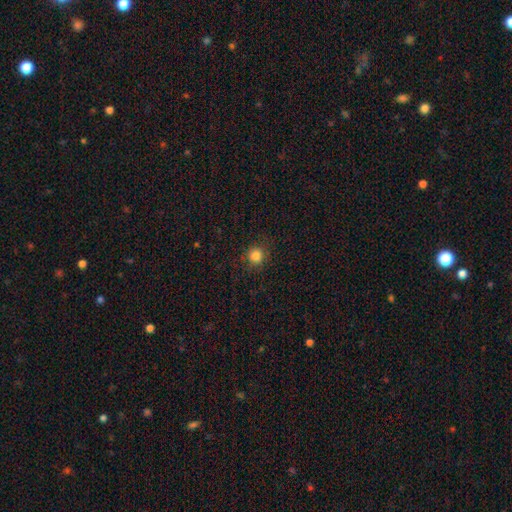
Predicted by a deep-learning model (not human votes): Q: Smooth or featured?
A: smooth (84%); runner-up: star or artifact (12%)
Q: How rounded?
A: round (89%); runner-up: in between (10%)
Q: Merging?
A: none (86%); runner-up: minor disturbance (10%)